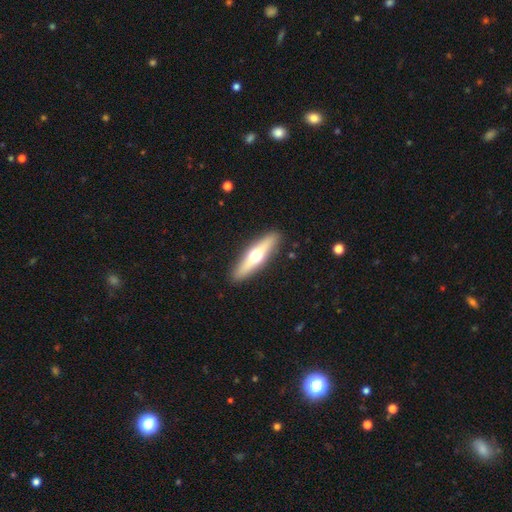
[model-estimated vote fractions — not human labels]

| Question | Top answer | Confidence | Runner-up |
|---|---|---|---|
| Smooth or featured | featured or disk | 52% | smooth (42%) |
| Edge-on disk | yes | 90% | no (10%) |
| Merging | none | 90% | minor disturbance (7%) |